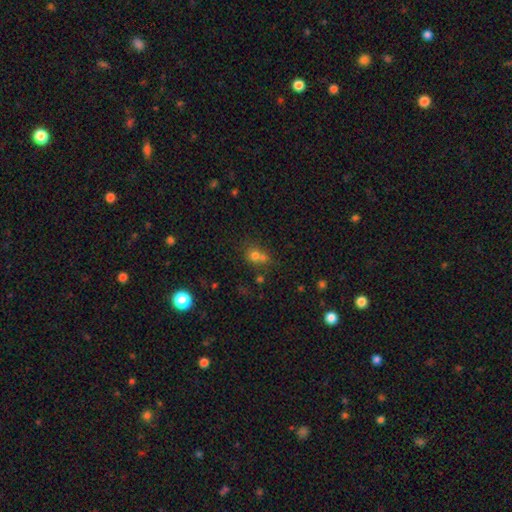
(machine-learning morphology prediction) Smooth or featured? smooth (68%)
How rounded? round (74%)
Merging? merger (46%)